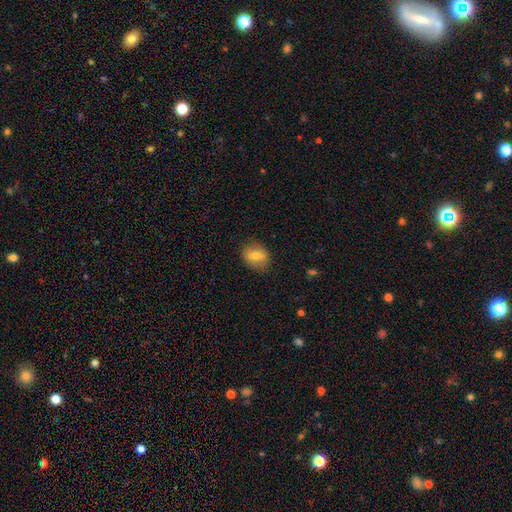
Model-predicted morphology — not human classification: smooth 67%, featured or disk 24%, star or artifact 8%. Down the decision tree: how rounded — in between (49%, tied with round); merging — none (84%).